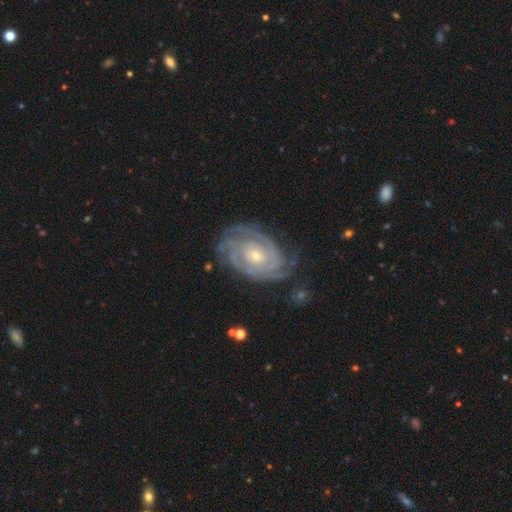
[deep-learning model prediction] Smooth or featured? Predicted: featured or disk (p=0.90). Edge-on disk? Predicted: no (p=0.97). Bar? Predicted: no (p=0.71). Spiral arms? Predicted: yes (p=0.98). Spiral winding? Predicted: tight (p=0.81). Spiral arm count? Predicted: 2 (p=0.35). Bulge size? Predicted: small (p=0.63). Merging? Predicted: none (p=0.73).